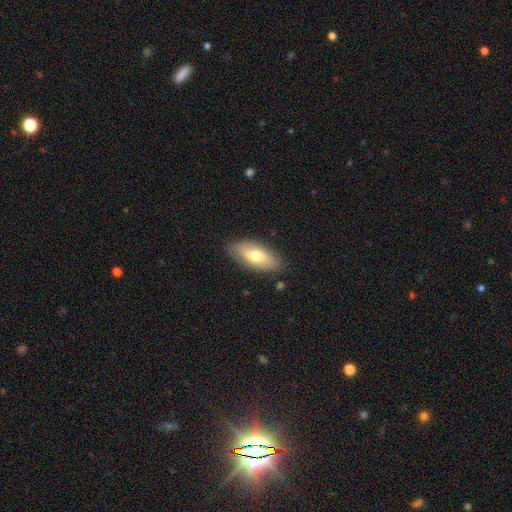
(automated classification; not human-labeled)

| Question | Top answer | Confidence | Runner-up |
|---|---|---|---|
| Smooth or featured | smooth | 65% | featured or disk (29%) |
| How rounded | in between | 88% | cigar-shaped (9%) |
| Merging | none | 82% | minor disturbance (13%) |